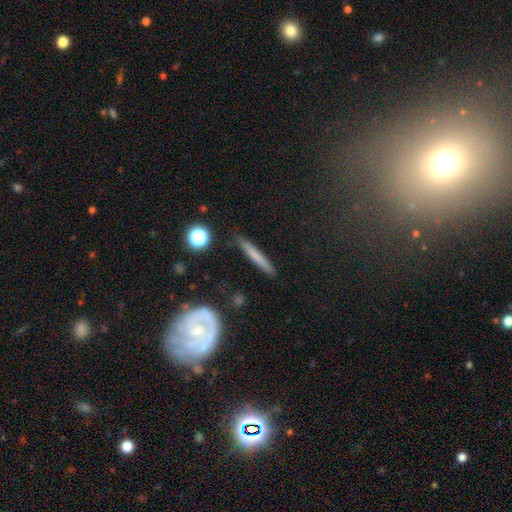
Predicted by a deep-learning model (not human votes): This appears to be a smooth galaxy with no disk features (64%) that is cigar-shaped (94%). Merging: none (87%).